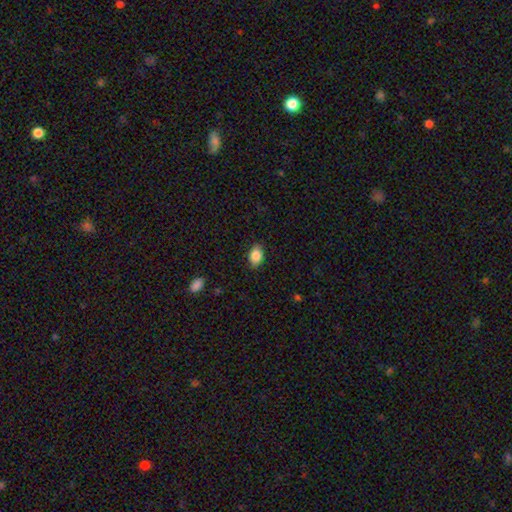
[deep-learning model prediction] Q: Smooth or featured?
A: smooth (85%); runner-up: star or artifact (8%)
Q: How rounded?
A: in between (84%); runner-up: round (14%)
Q: Merging?
A: none (86%); runner-up: minor disturbance (11%)